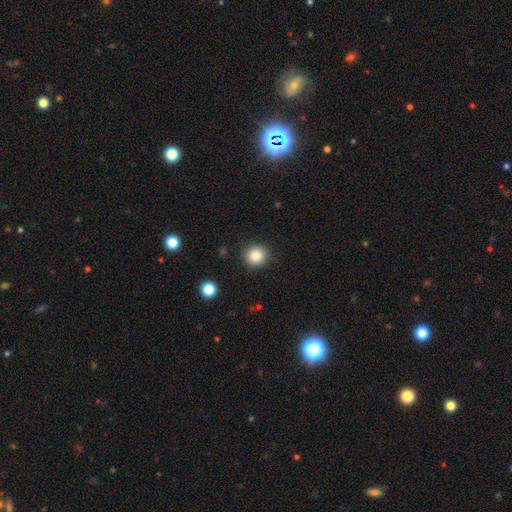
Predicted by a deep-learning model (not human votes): smooth-or-featured: smooth: 85% | star or artifact: 10% | featured or disk: 5%
  how-rounded: round: 92% | in between: 7% | cigar-shaped: 1%
  merging: none: 91% | minor disturbance: 6% | major disturbance: 2% | merger: 1%